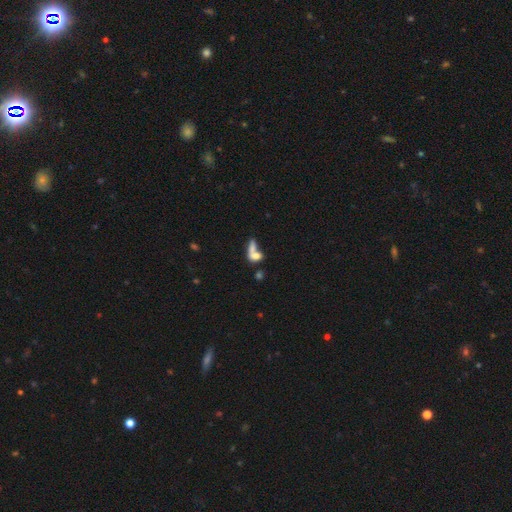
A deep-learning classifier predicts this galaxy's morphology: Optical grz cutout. It shows a smooth galaxy with no disk features (67%) that is in between round and cigar-shaped (61%). Merging: merger (59%).